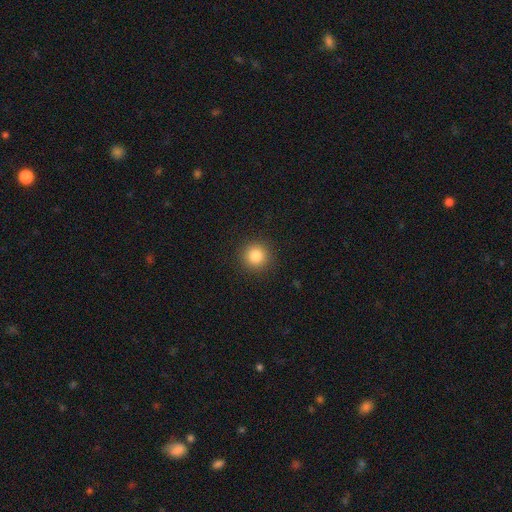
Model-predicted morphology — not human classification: smooth 85%, star or artifact 11%, featured or disk 5%. Down the decision tree: how rounded — round (95%); merging — none (92%).